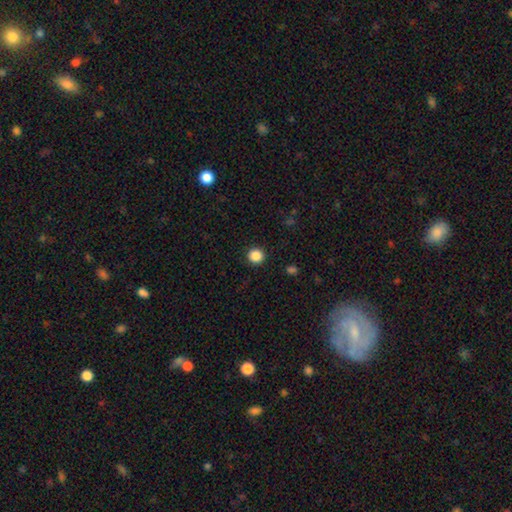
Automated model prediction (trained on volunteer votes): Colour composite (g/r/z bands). It shows a smooth galaxy with no disk features (87%) that is round (94%). Merging: none (92%).